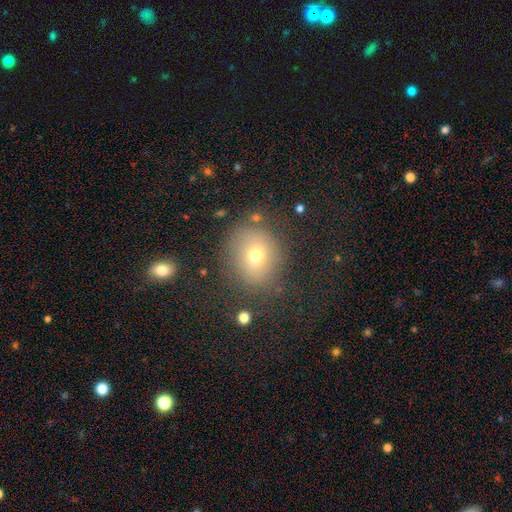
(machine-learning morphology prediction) A smooth galaxy with no disk features (70%) that is round (71%). Merging: none (78%).